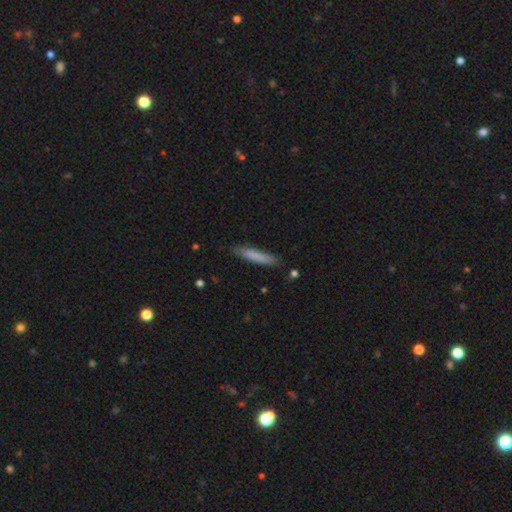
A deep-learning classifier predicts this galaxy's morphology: A smooth galaxy with no disk features (80%) that is cigar-shaped (88%). Merging: none (83%).